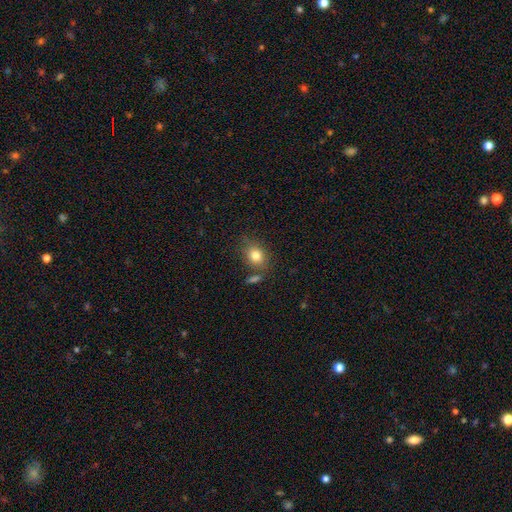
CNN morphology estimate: This is clearly a smooth galaxy (81%). How rounded: possibly in between (52%). Merging: likely none (69%).